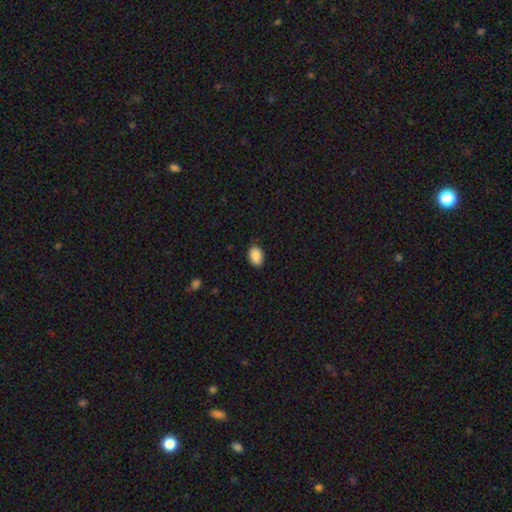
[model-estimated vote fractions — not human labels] This appears to be a smooth galaxy with no disk features (90%) that is in between round and cigar-shaped (84%). Merging: none (88%).